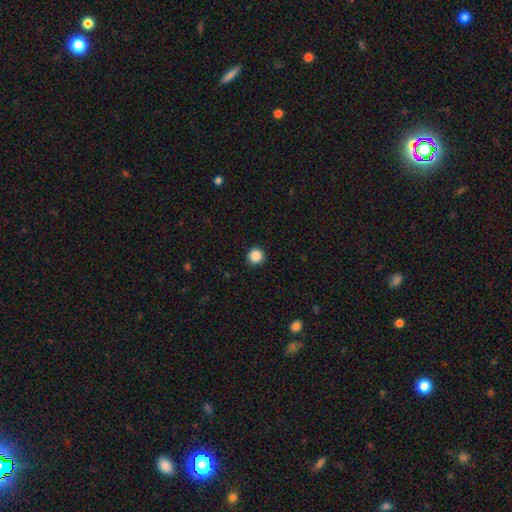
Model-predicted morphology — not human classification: smooth 88%, star or artifact 10%, featured or disk 2%. Down the decision tree: how rounded — round (95%); merging — none (92%).